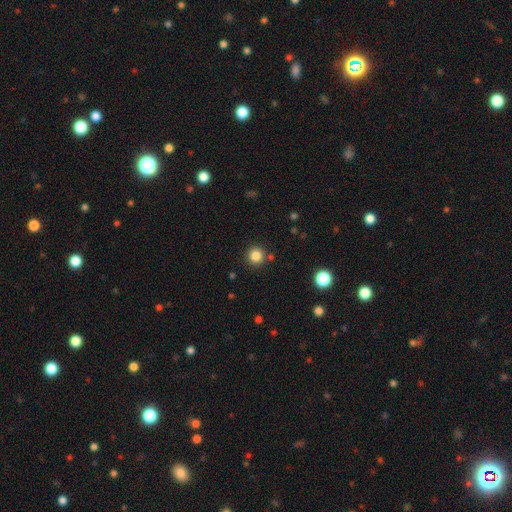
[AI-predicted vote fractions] Smooth or featured?
  - smooth: 83% *
  - star or artifact: 12%
  - featured or disk: 5%
How rounded?
  - round: 94% *
  - in between: 5%
  - cigar-shaped: 1%
Merging?
  - none: 87% *
  - minor disturbance: 6%
  - merger: 4%
  - major disturbance: 2%